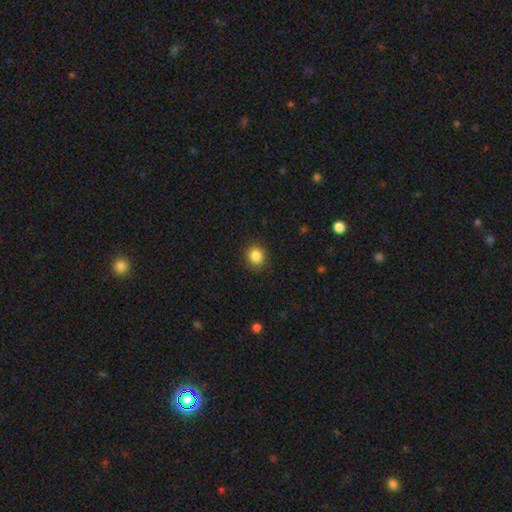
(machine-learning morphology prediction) This is clearly a smooth galaxy (86%). How rounded: clearly round (81%). Merging: clearly none (87%).